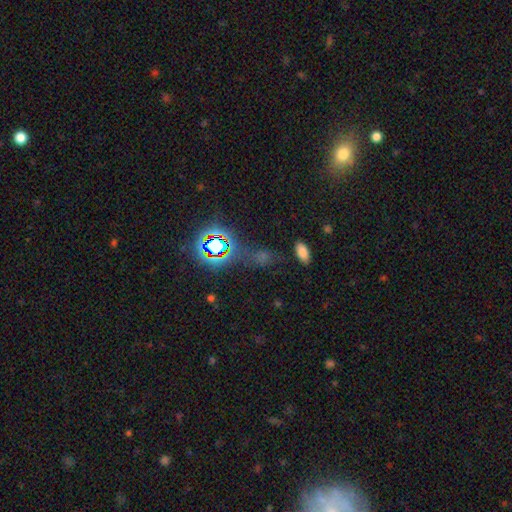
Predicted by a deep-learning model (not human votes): star or artifact 69%, smooth 19%, featured or disk 12%.